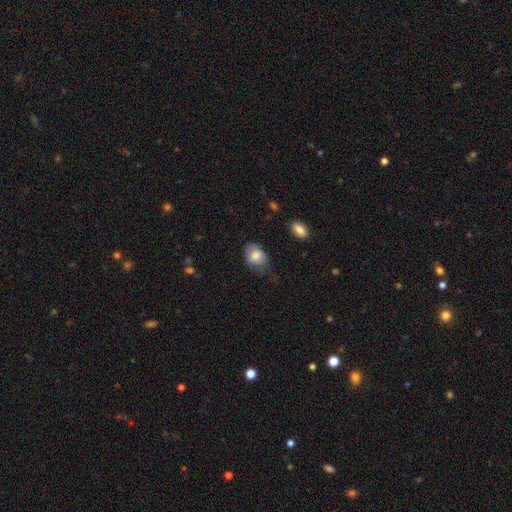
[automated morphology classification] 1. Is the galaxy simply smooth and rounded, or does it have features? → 80% smooth, 13% featured or disk, 8% star or artifact.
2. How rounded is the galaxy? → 65% in between, 34% round, 1% cigar-shaped.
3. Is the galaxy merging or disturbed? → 44% none, 36% minor disturbance, 18% major disturbance, 2% merger.